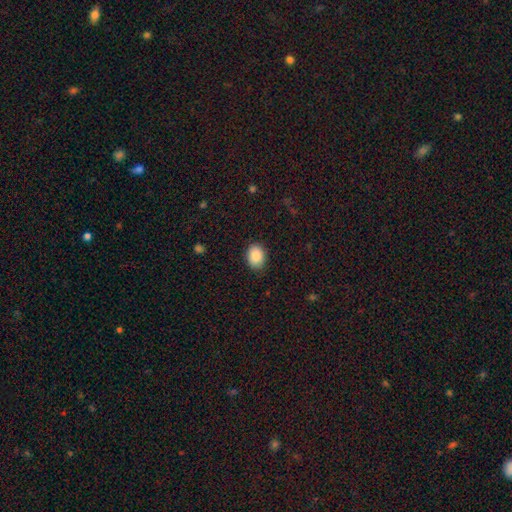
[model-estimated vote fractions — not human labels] Smooth or featured? smooth (88%)
How rounded? in between (68%)
Merging? none (87%)